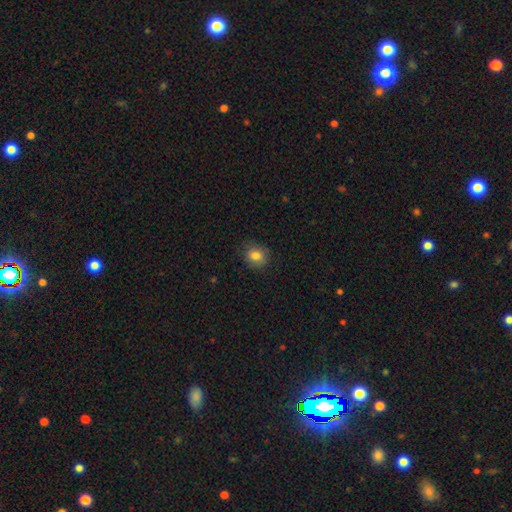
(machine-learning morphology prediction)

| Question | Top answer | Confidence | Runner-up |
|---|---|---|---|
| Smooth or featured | smooth | 81% | star or artifact (10%) |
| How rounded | round | 68% | in between (31%) |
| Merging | none | 80% | minor disturbance (15%) |